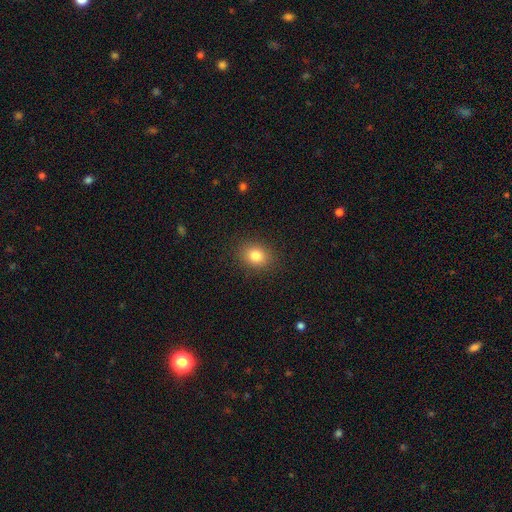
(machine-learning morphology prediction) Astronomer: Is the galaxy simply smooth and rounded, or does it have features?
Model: smooth — 81%.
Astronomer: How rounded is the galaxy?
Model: in between — 52% (runner-up: round, 47%).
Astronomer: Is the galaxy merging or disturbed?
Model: none — 88%.